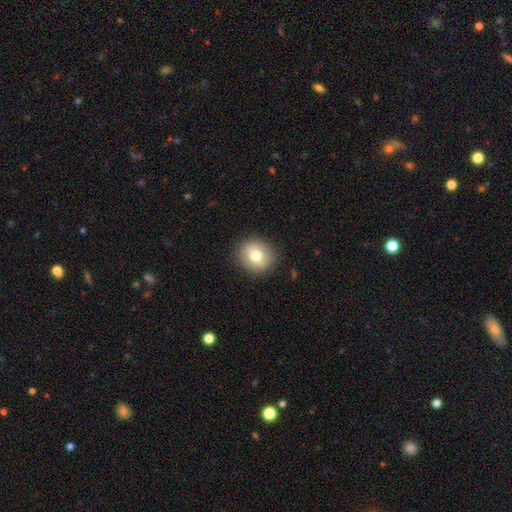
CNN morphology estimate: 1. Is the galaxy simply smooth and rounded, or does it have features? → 76% smooth, 16% featured or disk, 8% star or artifact.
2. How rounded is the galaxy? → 77% round, 22% in between, 1% cigar-shaped.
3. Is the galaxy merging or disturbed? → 88% none, 8% minor disturbance, 2% major disturbance, 1% merger.